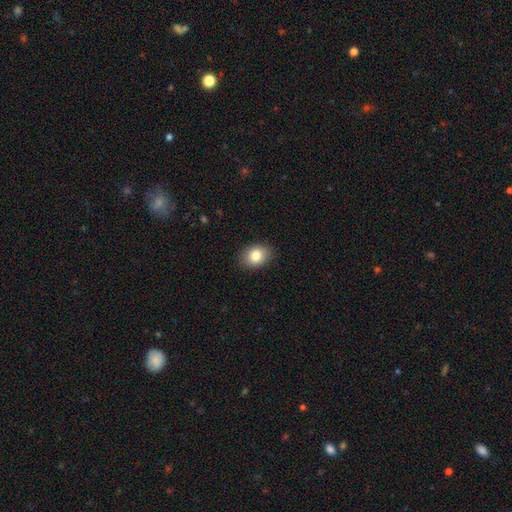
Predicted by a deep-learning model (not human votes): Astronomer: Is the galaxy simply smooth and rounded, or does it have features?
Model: smooth — 83%.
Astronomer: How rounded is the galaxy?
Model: in between — 69%.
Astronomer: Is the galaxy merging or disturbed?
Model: none — 89%.